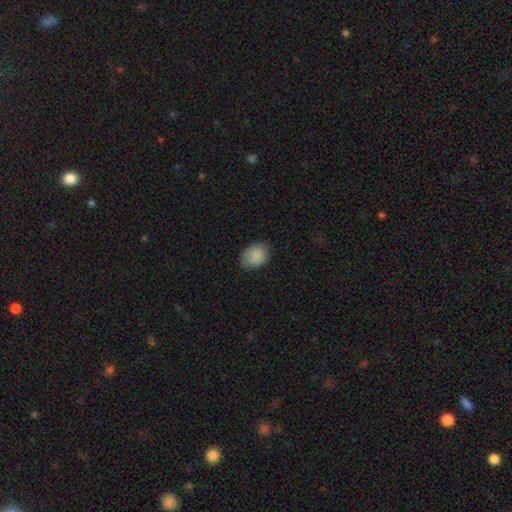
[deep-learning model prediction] Smooth or featured? smooth (87%)
How rounded? in between (67%)
Merging? none (73%)